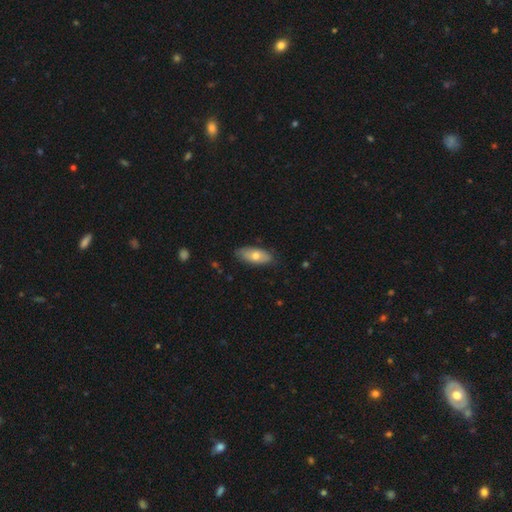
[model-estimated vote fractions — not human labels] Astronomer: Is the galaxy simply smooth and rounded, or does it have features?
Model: smooth — 67%.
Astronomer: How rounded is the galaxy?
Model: in between — 84%.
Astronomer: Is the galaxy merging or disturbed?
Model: none — 82%.